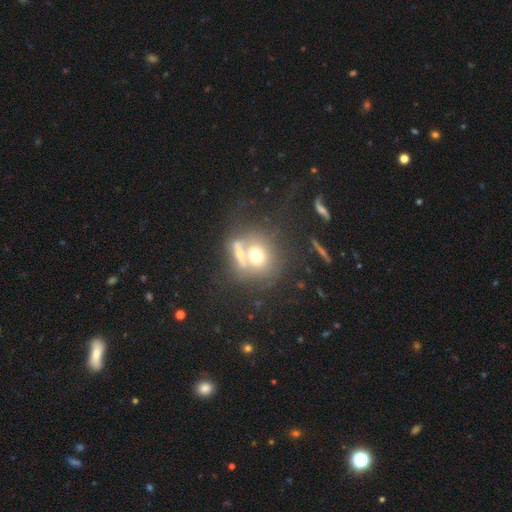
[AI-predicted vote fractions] smooth-or-featured: smooth: 61% | featured or disk: 26% | star or artifact: 13%
  how-rounded: round: 79% | in between: 19% | cigar-shaped: 2%
  merging: merger: 44% | none: 38% | minor disturbance: 10% | major disturbance: 8%